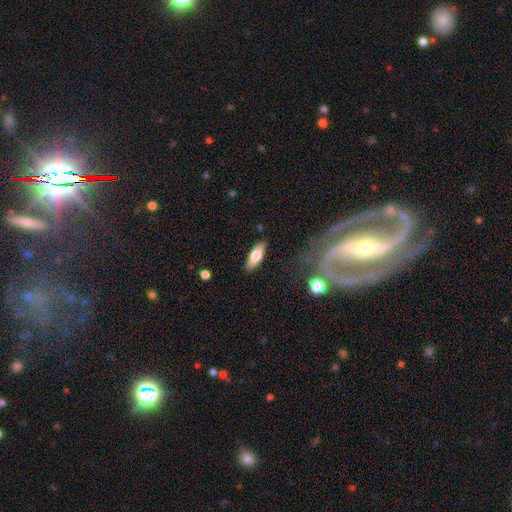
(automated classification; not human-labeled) Overall: smooth (70%). How rounded: in between (65%; cigar-shaped 33%). Merging: none (87%).